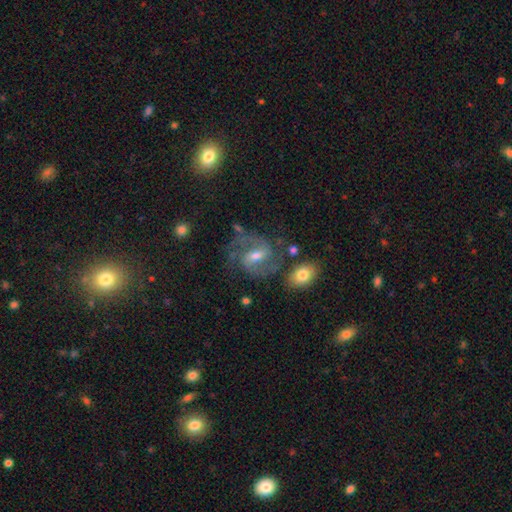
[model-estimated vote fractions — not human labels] A featured or disk galaxy (84%) with a weak bar (53%), 2 (88%) medium (58%) spiral arms (96%) and a moderate central bulge (57%).

Vote fractions:
- Smooth or featured? featured or disk: 84% / star or artifact: 8% / smooth: 8%
- Edge-on disk? no: 97% / yes: 3%
- Bar? weak: 53% / strong: 28% / no: 19%
- Spiral arms? yes: 96% / no: 4%
- Spiral winding? medium: 58% / tight: 27% / loose: 15%
- Spiral arm count? 2: 88% / can't tell: 5% / 3: 3% / 1: 2% / 4: 1% / more than 4: 1%
- Bulge size? moderate: 57% / small: 36% / large: 4% / none: 2% / dominant: 1%
- Merging? none: 71% / minor disturbance: 16% / major disturbance: 8% / merger: 5%